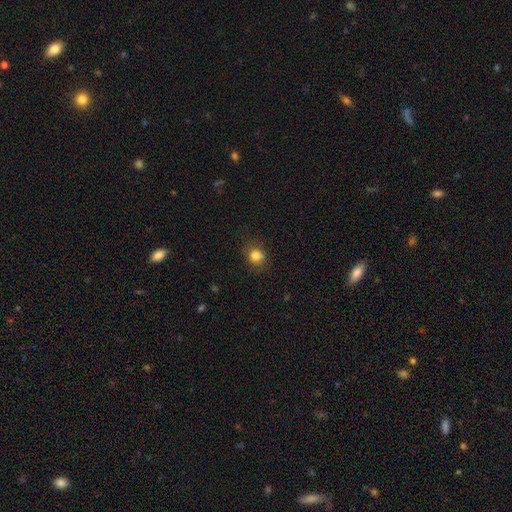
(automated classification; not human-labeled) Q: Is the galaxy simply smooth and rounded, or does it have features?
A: smooth — 81%.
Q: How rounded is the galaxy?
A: round — 70%.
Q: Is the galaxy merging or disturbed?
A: none — 77%.